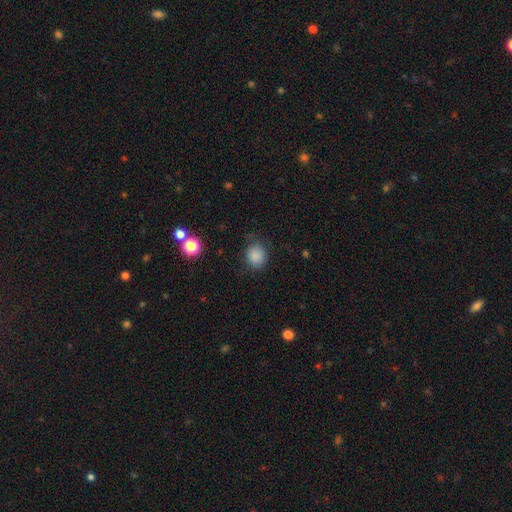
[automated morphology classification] smooth-or-featured: smooth: 85% | star or artifact: 11% | featured or disk: 4%
  how-rounded: round: 75% | in between: 24% | cigar-shaped: 1%
  merging: none: 75% | minor disturbance: 17% | major disturbance: 6% | merger: 2%